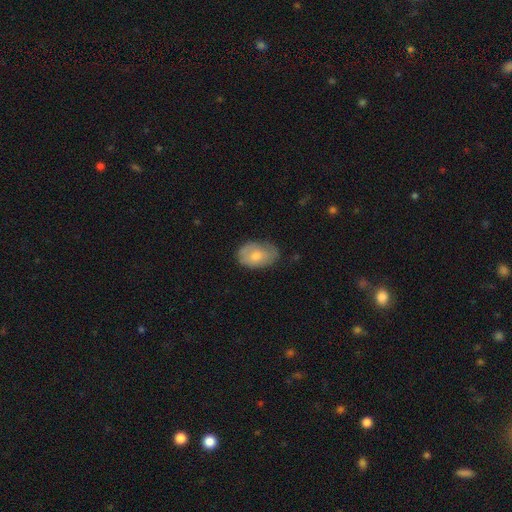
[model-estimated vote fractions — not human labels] Smooth or featured? Predicted: smooth (p=0.63). How rounded? Predicted: in between (p=0.88). Merging? Predicted: none (p=0.66).